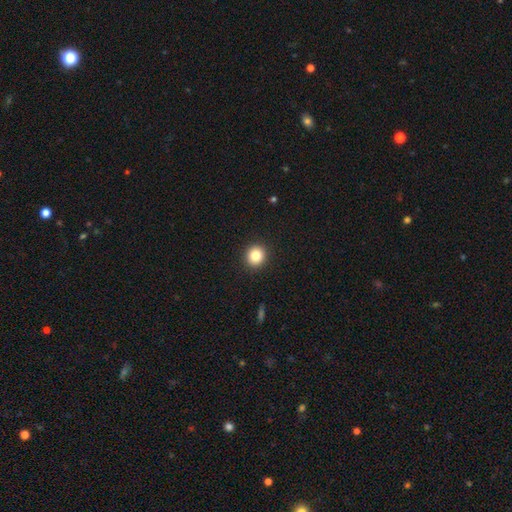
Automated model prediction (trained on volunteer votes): The model was most divided on "smooth or featured": smooth: 83%, star or artifact: 11%, featured or disk: 7%. More confident: merging — none (92%); how rounded — round (90%).